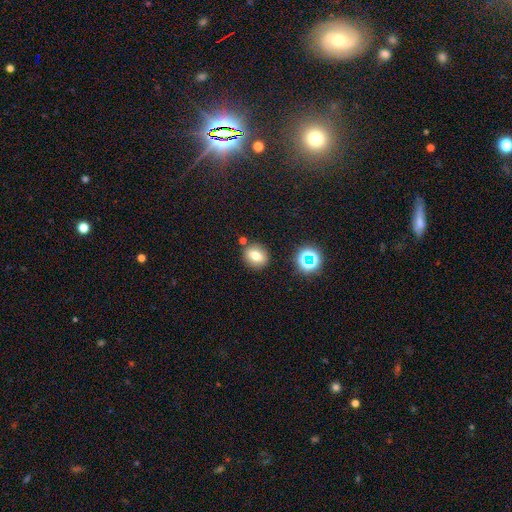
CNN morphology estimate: Smooth or featured?
  - smooth: 71% *
  - star or artifact: 15%
  - featured or disk: 14%
How rounded?
  - round: 64% *
  - in between: 35%
  - cigar-shaped: 1%
Merging?
  - none: 82% *
  - minor disturbance: 9%
  - merger: 6%
  - major disturbance: 3%